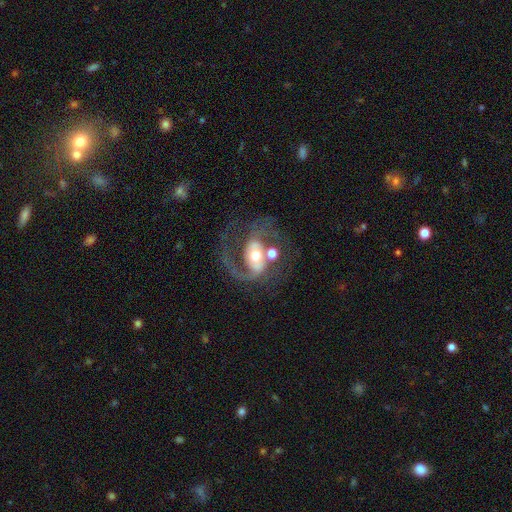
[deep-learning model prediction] Smooth or featured? Predicted: featured or disk (p=0.81). Edge-on disk? Predicted: no (p=0.97). Bar? Predicted: no (p=0.46). Spiral arms? Predicted: yes (p=0.91). Spiral winding? Predicted: medium (p=0.48). Spiral arm count? Predicted: 2 (p=0.57). Bulge size? Predicted: moderate (p=0.64). Merging? Predicted: none (p=0.36).